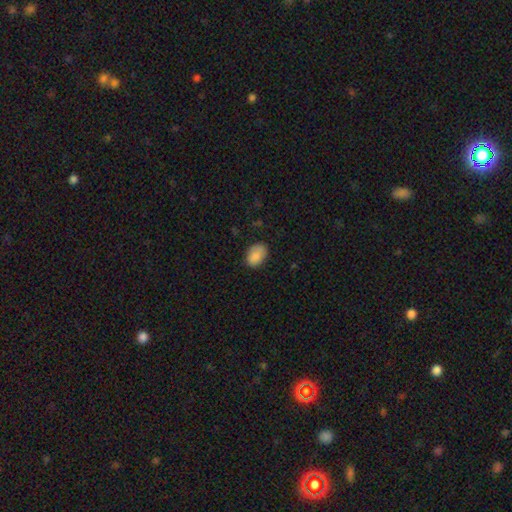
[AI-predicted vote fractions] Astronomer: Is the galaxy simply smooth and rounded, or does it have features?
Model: smooth — 87%.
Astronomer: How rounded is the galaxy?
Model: in between — 84%.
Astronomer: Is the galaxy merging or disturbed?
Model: none — 74%.